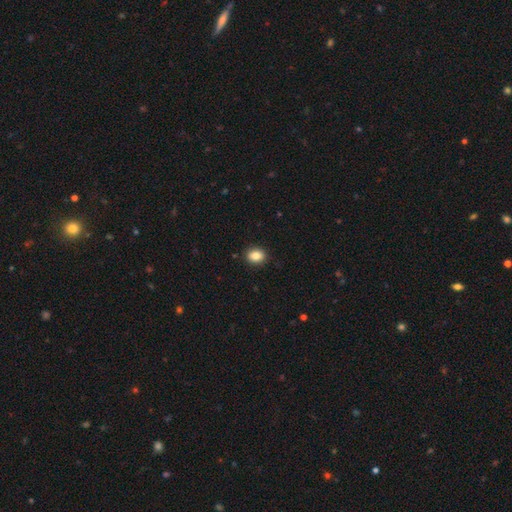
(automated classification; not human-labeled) This is clearly a smooth galaxy (86%). How rounded: possibly in between (51%). Merging: clearly none (90%).